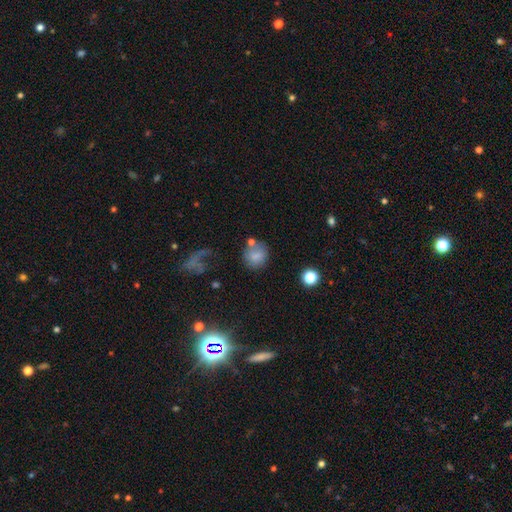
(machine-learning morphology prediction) smooth_or_featured: smooth (p=0.76) [alt: featured or disk p=0.14]
how_rounded: round (p=0.83) [alt: in between p=0.16]
merging: none (p=0.63) [alt: minor disturbance p=0.16]